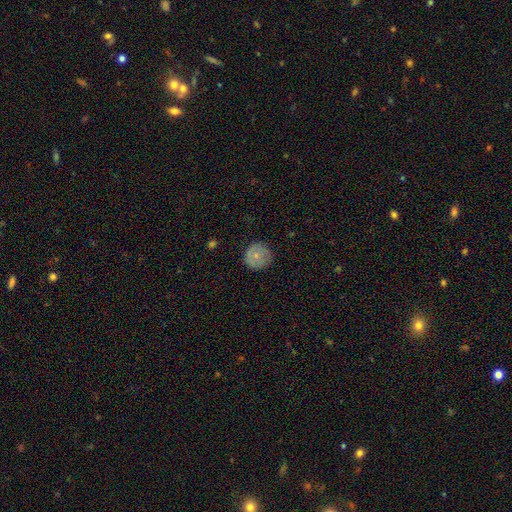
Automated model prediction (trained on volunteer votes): Smooth or featured? Predicted: smooth (p=0.72). How rounded? Predicted: round (p=0.94). Merging? Predicted: none (p=0.82).